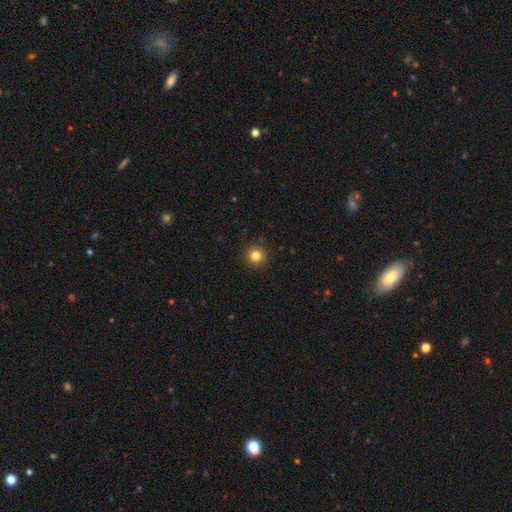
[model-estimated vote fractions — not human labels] Smooth or featured?
  - smooth: 83% *
  - star or artifact: 12%
  - featured or disk: 5%
How rounded?
  - round: 95% *
  - in between: 4%
  - cigar-shaped: 1%
Merging?
  - none: 92% *
  - minor disturbance: 5%
  - major disturbance: 2%
  - merger: 1%